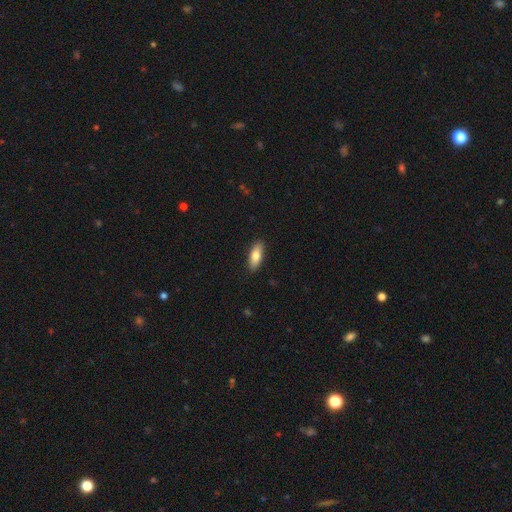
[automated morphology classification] Overall: smooth (77%). How rounded: in between (74%). Merging: none (90%).